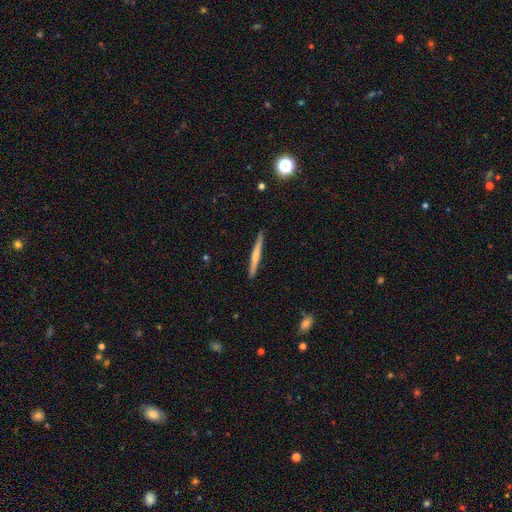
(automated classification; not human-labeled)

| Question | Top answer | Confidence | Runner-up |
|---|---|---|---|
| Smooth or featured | smooth | 48% | featured or disk (46%) |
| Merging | none | 90% | minor disturbance (7%) |